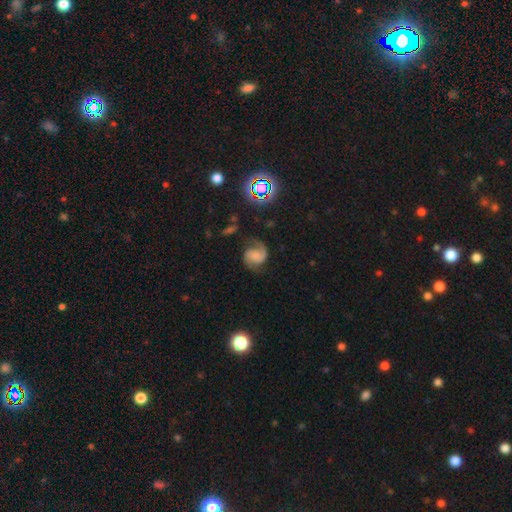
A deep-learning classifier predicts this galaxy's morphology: smooth-or-featured: featured or disk: 74% | smooth: 16% | star or artifact: 10%
  disk-edge-on: no: 98% | yes: 2%
    bar: no: 58% | weak: 32% | strong: 11%
    has-spiral-arms: yes: 96% | no: 4%
      spiral-winding: medium: 49% | loose: 28% | tight: 22%
      spiral-arm-count: 2: 85% | 1: 9% | can't tell: 3% | 3: 1% | 4: 1% | more than 4: 1%
    bulge-size: none: 49% | small: 19% | moderate: 14% | large: 13% | dominant: 5%
  merging: none: 65% | minor disturbance: 19% | major disturbance: 13% | merger: 2%